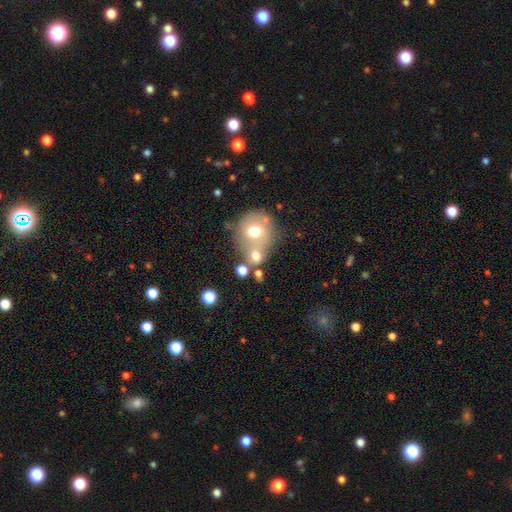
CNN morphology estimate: This appears to be a smooth galaxy with no disk features (63%) that is round (77%). Merging: merger (45%).